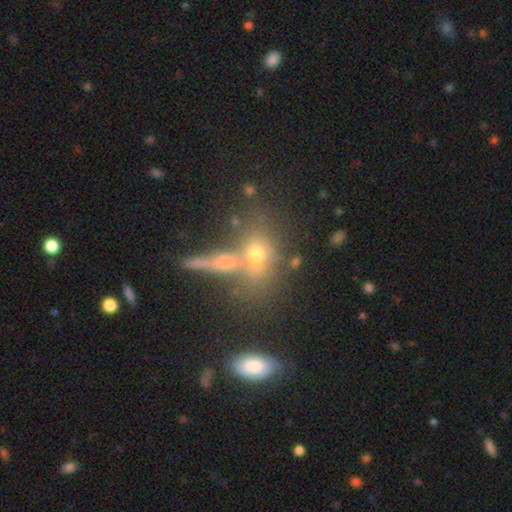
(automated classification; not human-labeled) smooth 52%, featured or disk 28%, star or artifact 20%. Down the decision tree: how rounded — in between (56%); merging — none (47%).